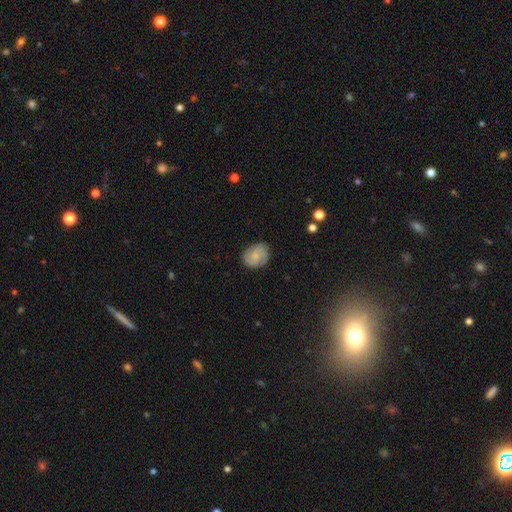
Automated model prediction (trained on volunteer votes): This is possibly a smooth galaxy (54%). How rounded: possibly in between (52%). Merging: likely none (78%).